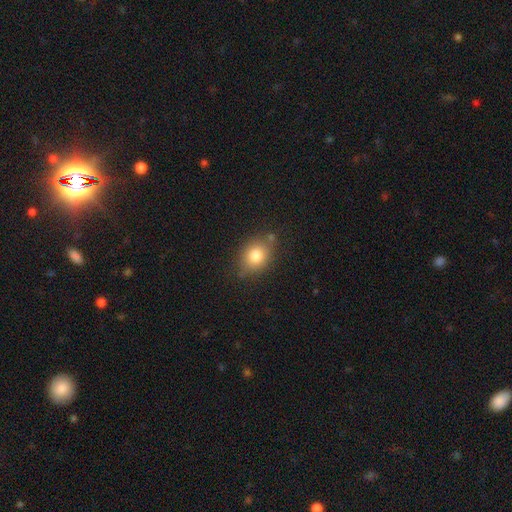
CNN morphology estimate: This is clearly a smooth galaxy (80%). How rounded: possibly in between (52%). Merging: likely none (73%).